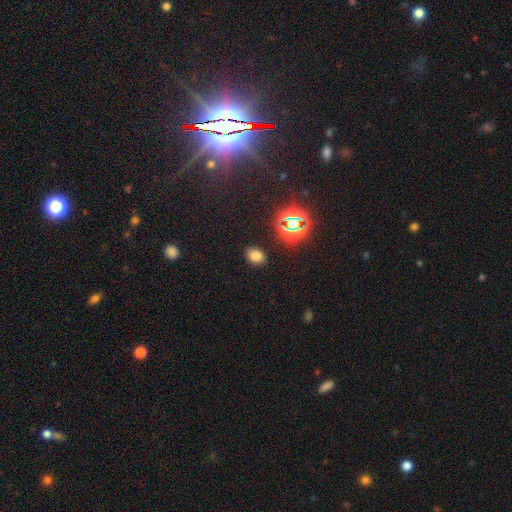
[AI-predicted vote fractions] A smooth galaxy with no disk features (73%) that is in between round and cigar-shaped (72%).

Vote fractions:
- Smooth or featured? smooth: 73% / star or artifact: 21% / featured or disk: 6%
- How rounded? in between: 72% / round: 27% / cigar-shaped: 1%
- Merging? none: 86% / minor disturbance: 9% / major disturbance: 3% / merger: 2%